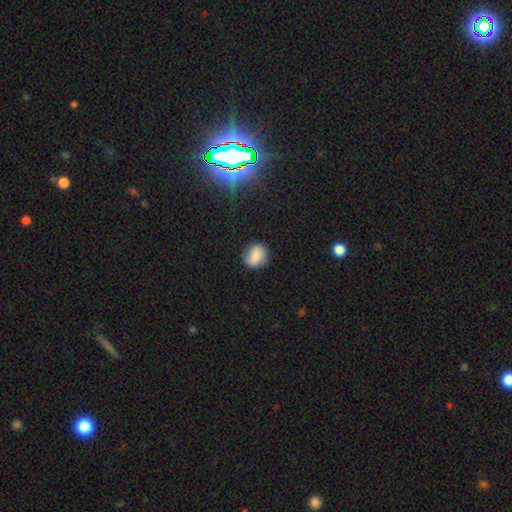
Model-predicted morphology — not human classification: type=smooth (80%); roundness=round (71%); merging=none (78%).